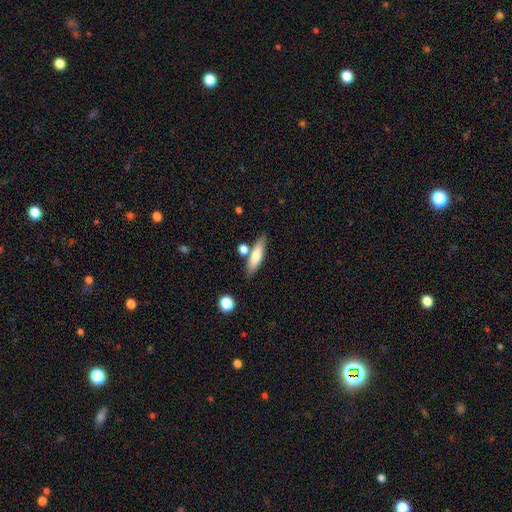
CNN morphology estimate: Overall: smooth (71%). How rounded: cigar-shaped (65%; in between 32%). Merging: none (75%).